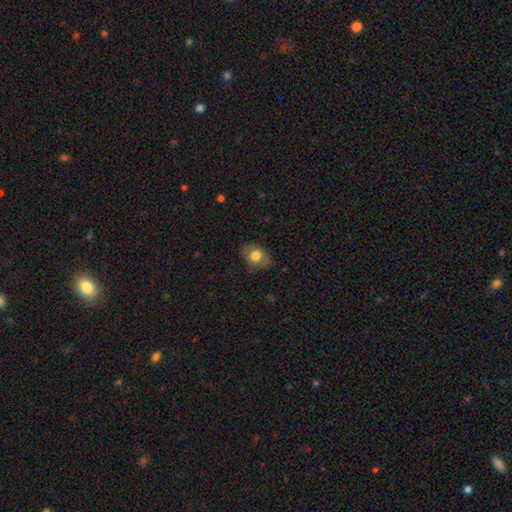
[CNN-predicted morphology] This is likely a smooth galaxy (75%). How rounded: likely in between (61%). Merging: likely none (74%).